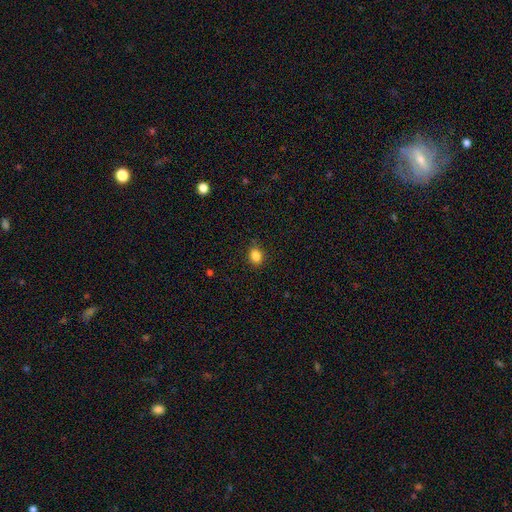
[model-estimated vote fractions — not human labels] This is clearly a smooth galaxy (85%). How rounded: possibly in between (57%). Merging: clearly none (82%).